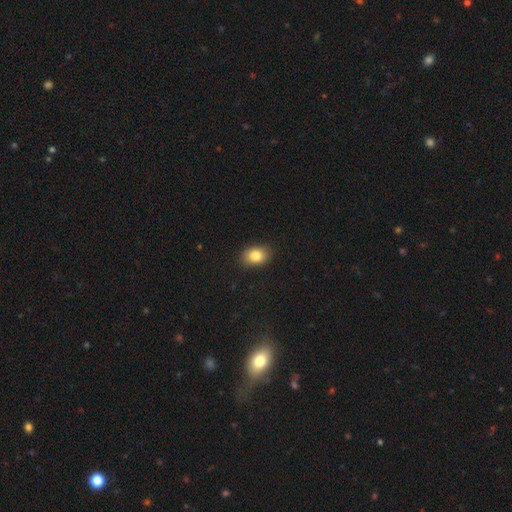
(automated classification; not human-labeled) This is clearly a smooth galaxy (83%). How rounded: likely in between (70%). Merging: clearly none (85%).